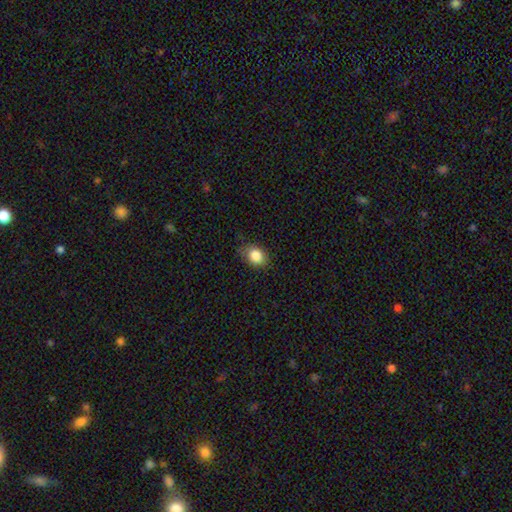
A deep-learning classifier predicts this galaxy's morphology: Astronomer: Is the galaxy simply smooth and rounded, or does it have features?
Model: smooth — 85%.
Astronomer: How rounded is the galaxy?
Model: in between — 56% (runner-up: round, 42%).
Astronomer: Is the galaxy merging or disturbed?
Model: none — 75%.